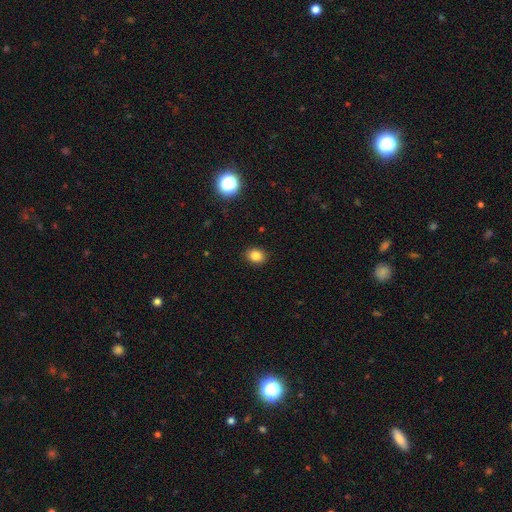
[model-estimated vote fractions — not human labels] A smooth galaxy with no disk features (84%) that is round (53%). Merging: none (90%).